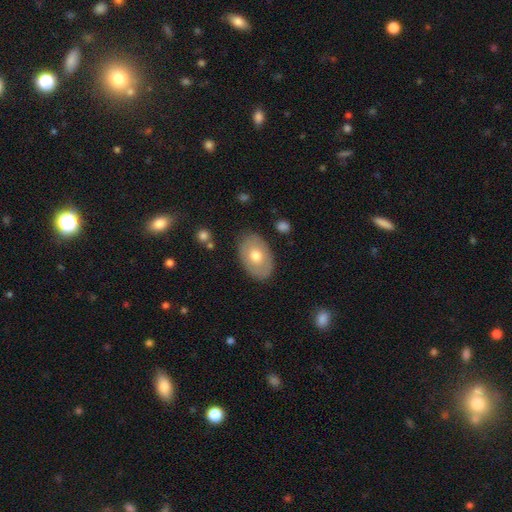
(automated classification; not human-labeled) Q: Smooth or featured?
A: smooth (60%); runner-up: featured or disk (34%)
Q: How rounded?
A: in between (86%); runner-up: round (13%)
Q: Merging?
A: none (84%); runner-up: minor disturbance (11%)